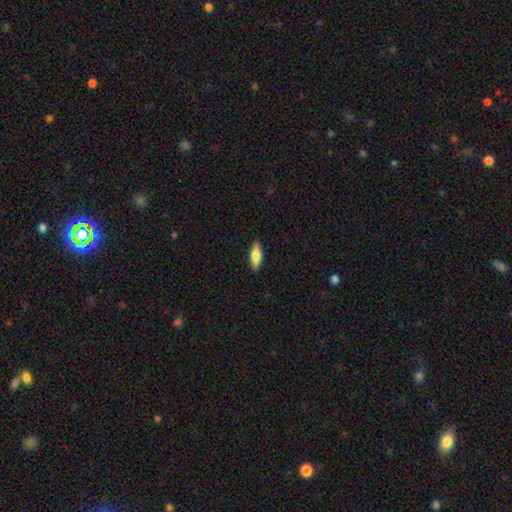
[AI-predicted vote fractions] Smooth or featured?
  - smooth: 70% *
  - featured or disk: 24%
  - star or artifact: 6%
How rounded?
  - in between: 52% *
  - cigar-shaped: 46%
  - round: 2%
Merging?
  - none: 90% *
  - minor disturbance: 8%
  - major disturbance: 2%
  - merger: 1%